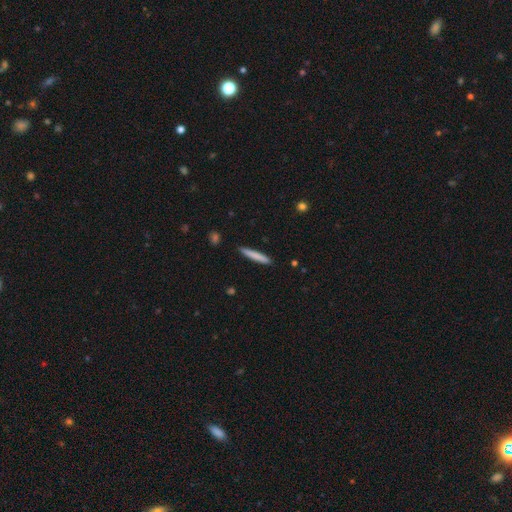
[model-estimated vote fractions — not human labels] Smooth or featured? Predicted: smooth (p=0.78). How rounded? Predicted: cigar-shaped (p=0.95). Merging? Predicted: none (p=0.90).